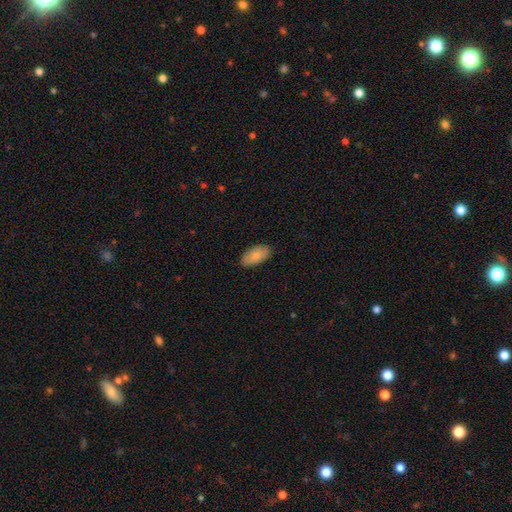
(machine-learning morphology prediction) Smooth or featured? Predicted: smooth (p=0.83). How rounded? Predicted: in between (p=0.94). Merging? Predicted: none (p=0.86).